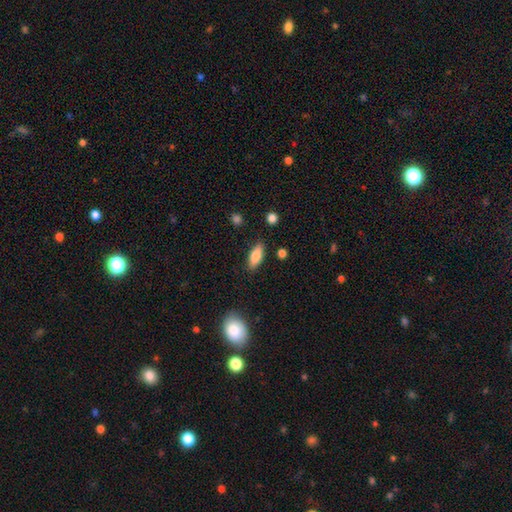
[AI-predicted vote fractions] Overall: smooth (80%). How rounded: in between (75%). Merging: none (85%).